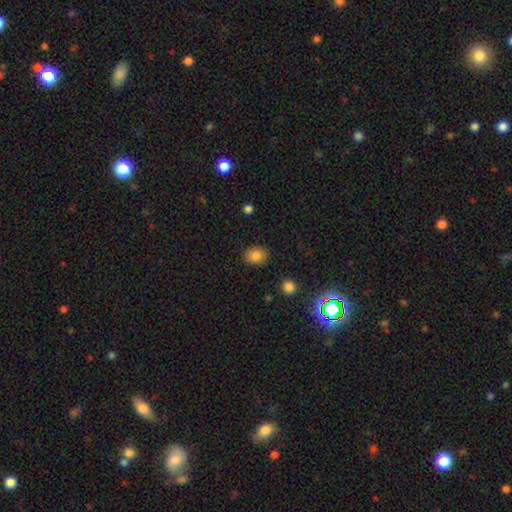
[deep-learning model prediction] Smooth or featured? smooth (83%)
How rounded? round (54%)
Merging? none (86%)